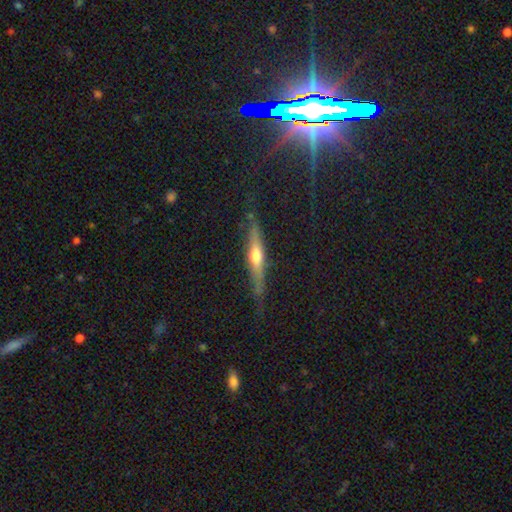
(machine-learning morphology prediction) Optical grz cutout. It shows a featured or disk galaxy (60%) viewed edge-on (92%) with a rounded central bulge (83%). Merging: none (75%).